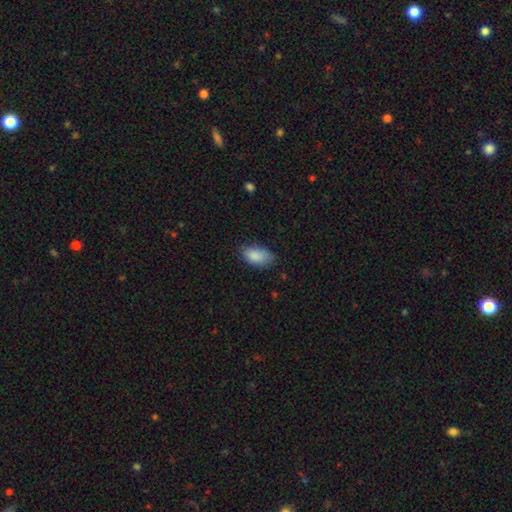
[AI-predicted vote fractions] This is clearly a smooth galaxy (88%). How rounded: clearly in between (93%). Merging: likely none (72%).